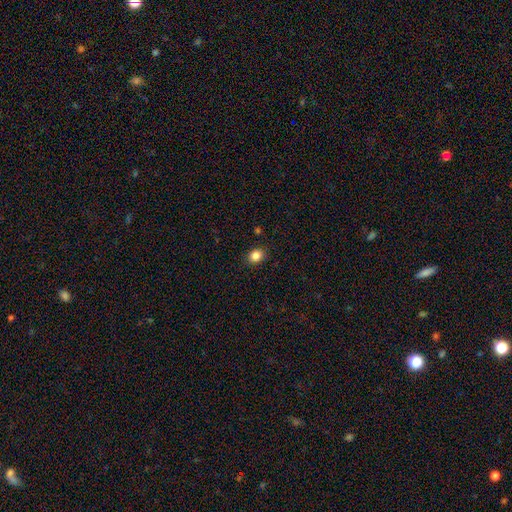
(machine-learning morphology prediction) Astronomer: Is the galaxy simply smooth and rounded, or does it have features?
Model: smooth — 85%.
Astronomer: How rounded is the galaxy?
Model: round — 52% (runner-up: in between, 47%).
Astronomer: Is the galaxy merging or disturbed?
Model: none — 89%.